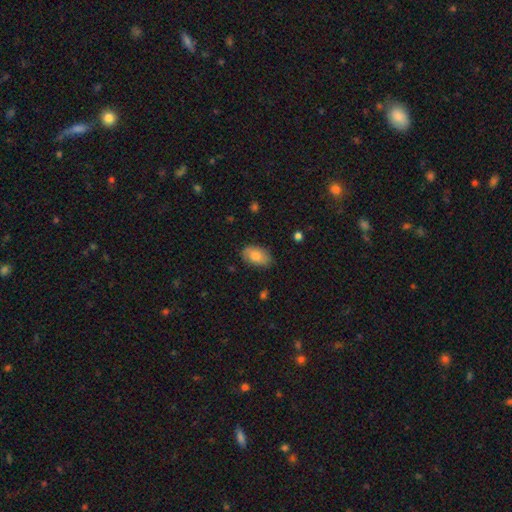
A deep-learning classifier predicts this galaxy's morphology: Smooth or featured?
  - smooth: 79% *
  - featured or disk: 14%
  - star or artifact: 7%
How rounded?
  - in between: 92% *
  - round: 6%
  - cigar-shaped: 2%
Merging?
  - none: 79% *
  - minor disturbance: 17%
  - major disturbance: 3%
  - merger: 1%